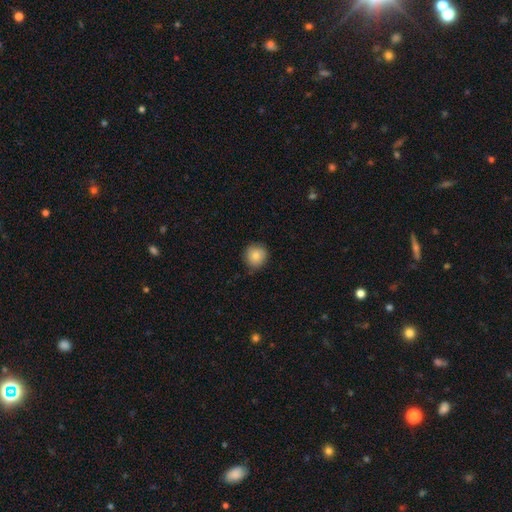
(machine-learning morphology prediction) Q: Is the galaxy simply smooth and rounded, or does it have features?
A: smooth — 81%.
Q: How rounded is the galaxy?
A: round — 93%.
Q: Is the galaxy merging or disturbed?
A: none — 82%.